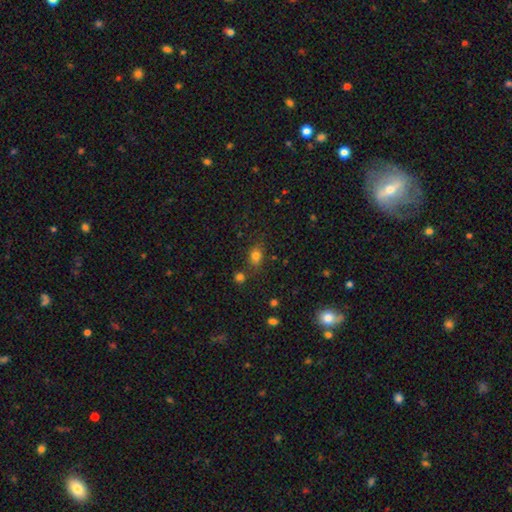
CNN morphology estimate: smooth-or-featured: smooth: 76% | star or artifact: 15% | featured or disk: 8%
  how-rounded: in between: 61% | round: 36% | cigar-shaped: 2%
  merging: none: 70% | minor disturbance: 15% | merger: 10% | major disturbance: 5%